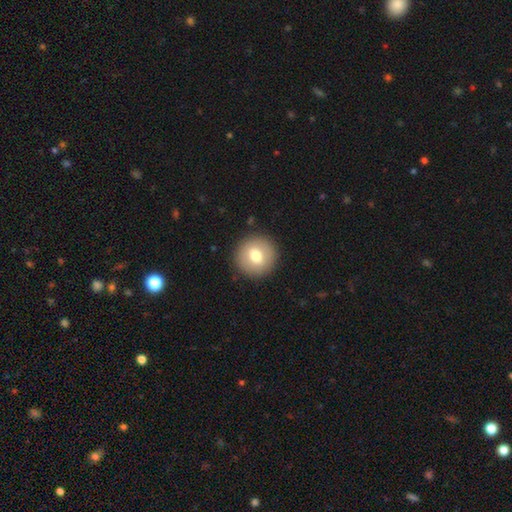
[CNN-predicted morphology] smooth_or_featured: smooth (p=0.73) [alt: featured or disk p=0.19]
how_rounded: round (p=0.93) [alt: in between p=0.06]
merging: none (p=0.91) [alt: minor disturbance p=0.06]